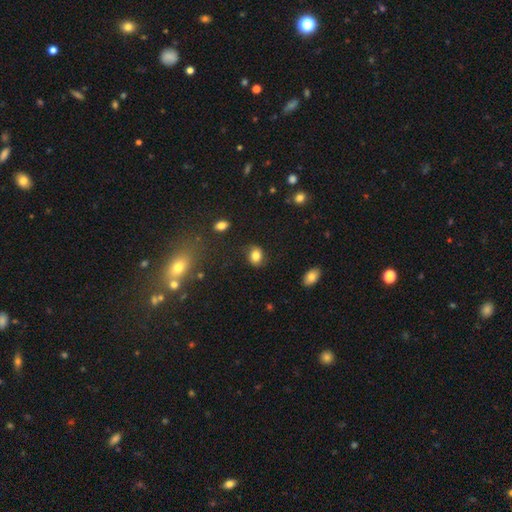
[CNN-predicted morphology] A smooth galaxy with no disk features (81%) that is in between round and cigar-shaped (58%). Merging: none (78%).